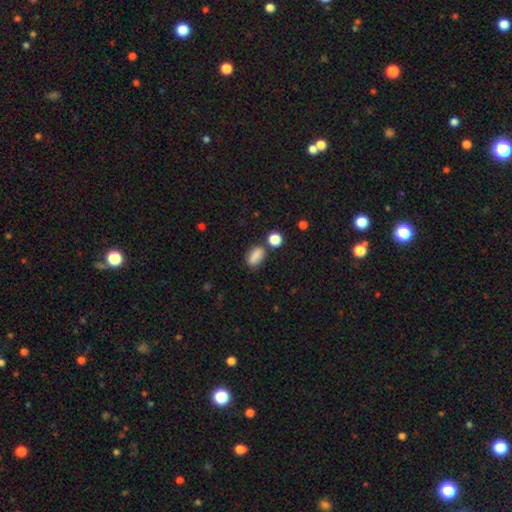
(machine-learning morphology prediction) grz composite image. It shows a smooth galaxy with no disk features (85%) that is in between round and cigar-shaped (80%). Merging: none (72%).